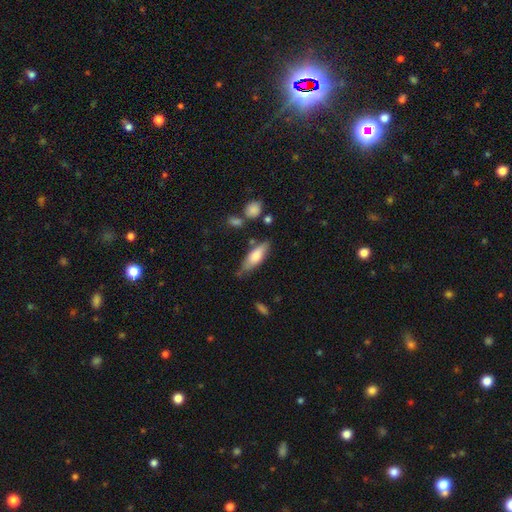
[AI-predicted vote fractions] Smooth or featured: smooth — 67% (featured or disk — 27%)
How rounded: in between — 57% (cigar-shaped — 41%)
Merging: none — 68% (minor disturbance — 22%)